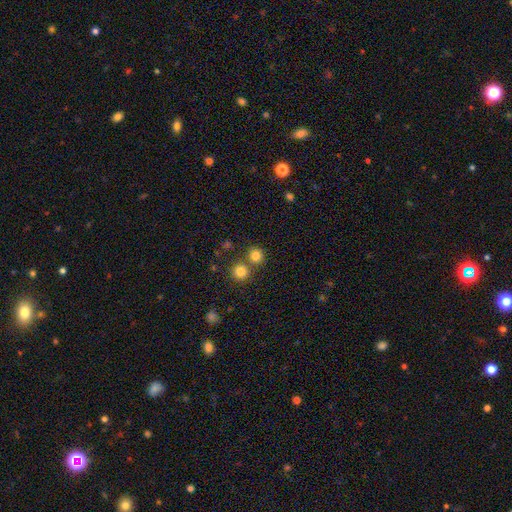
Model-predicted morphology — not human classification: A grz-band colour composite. It shows a smooth galaxy with no disk features (81%) that is round (91%). Merging: none (70%).